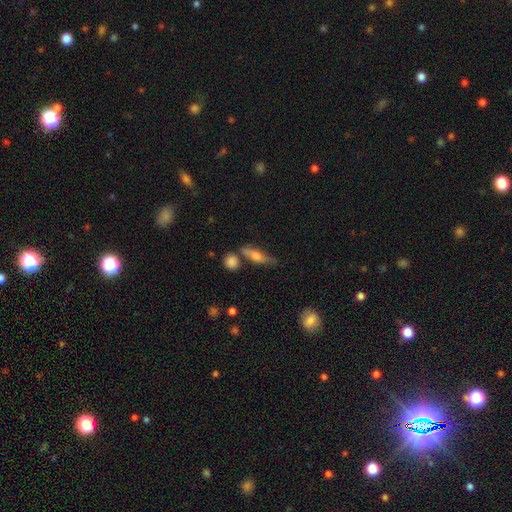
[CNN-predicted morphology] Overall: smooth (54%; featured or disk 38%). How rounded: cigar-shaped (55%; in between 41%). Merging: none (63%).